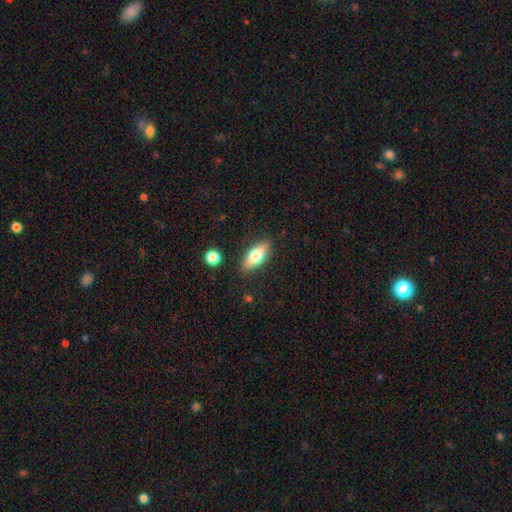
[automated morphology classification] This is likely a smooth galaxy (69%). How rounded: likely in between (76%). Merging: clearly none (85%).